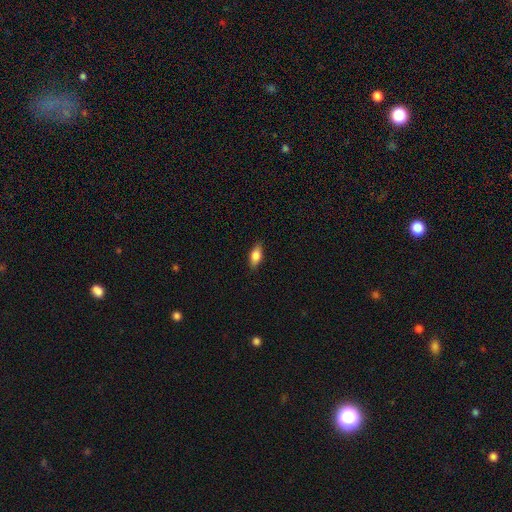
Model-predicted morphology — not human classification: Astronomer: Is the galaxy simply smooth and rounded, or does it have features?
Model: smooth — 80%.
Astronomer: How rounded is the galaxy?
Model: in between — 83%.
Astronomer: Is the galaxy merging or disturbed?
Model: none — 86%.